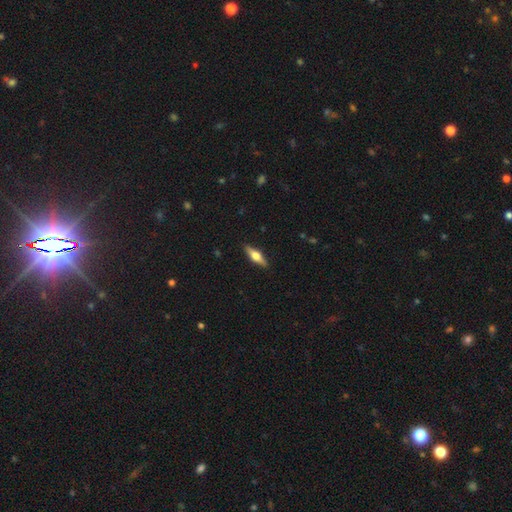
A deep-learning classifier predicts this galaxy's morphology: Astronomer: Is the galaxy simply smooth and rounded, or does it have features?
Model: featured or disk — 53% (runner-up: smooth, 41%).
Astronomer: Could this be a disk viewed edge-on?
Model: yes — 94%.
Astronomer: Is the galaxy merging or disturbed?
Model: none — 90%.